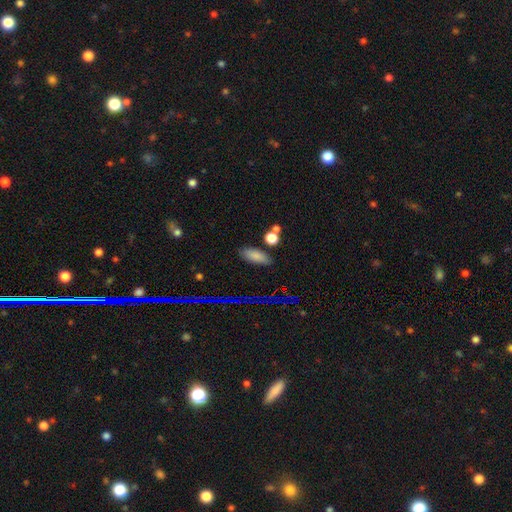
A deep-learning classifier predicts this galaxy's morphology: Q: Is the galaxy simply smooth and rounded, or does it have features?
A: smooth — 79%.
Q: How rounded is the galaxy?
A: in between — 76%.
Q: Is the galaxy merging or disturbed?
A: none — 76%.